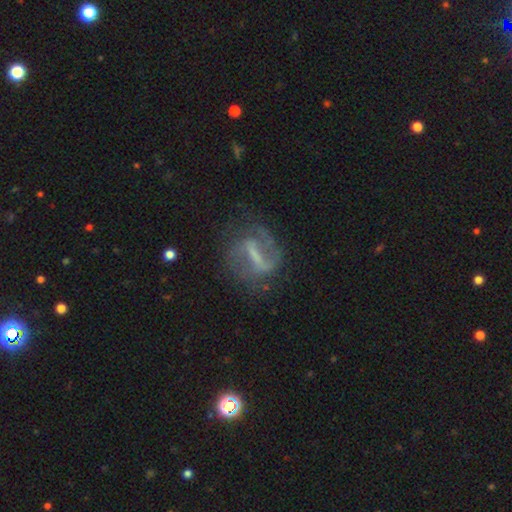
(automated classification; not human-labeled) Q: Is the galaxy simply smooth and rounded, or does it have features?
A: featured or disk — 77%.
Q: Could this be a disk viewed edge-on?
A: no — 93%.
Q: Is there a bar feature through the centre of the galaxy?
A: strong — 60%.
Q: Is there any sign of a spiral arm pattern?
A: yes — 81%.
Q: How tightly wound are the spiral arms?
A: medium — 43%.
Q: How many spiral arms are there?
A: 2 — 71%.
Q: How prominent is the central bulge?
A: none — 42%.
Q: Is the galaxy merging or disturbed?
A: none — 63%.